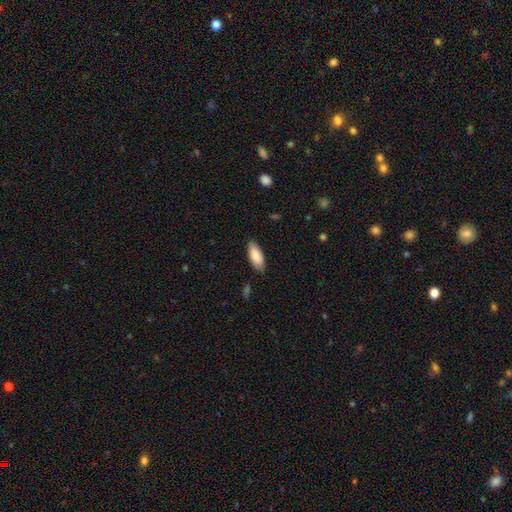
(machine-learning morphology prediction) A smooth galaxy with no disk features (85%) that is in between round and cigar-shaped (80%).

Vote fractions:
- Smooth or featured? smooth: 85% / featured or disk: 9% / star or artifact: 6%
- How rounded? in between: 80% / cigar-shaped: 19% / round: 2%
- Merging? none: 82% / minor disturbance: 14% / major disturbance: 2% / merger: 1%